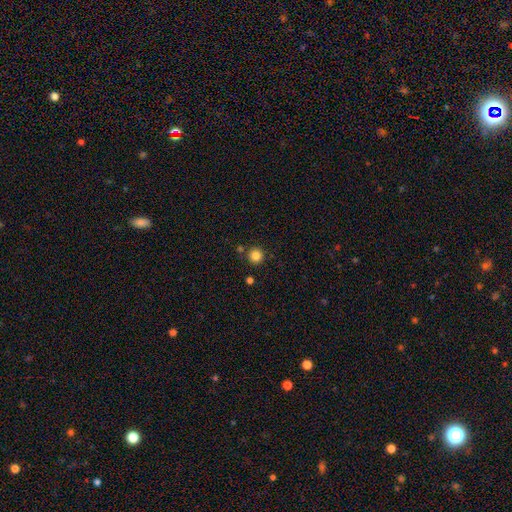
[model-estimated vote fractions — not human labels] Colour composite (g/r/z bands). It shows a smooth galaxy with no disk features (84%) that is round (96%). Merging: none (85%).